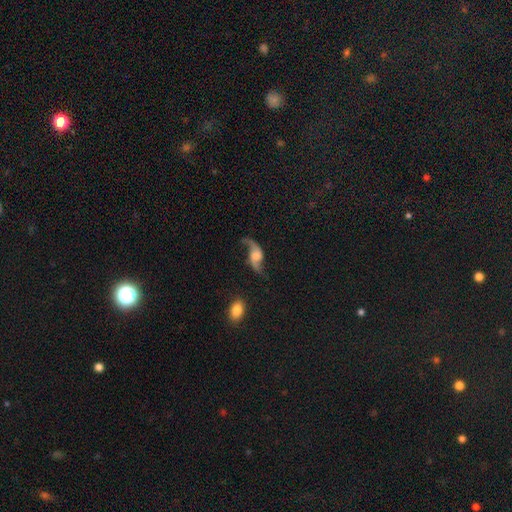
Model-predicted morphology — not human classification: featured or disk 84%, smooth 10%, star or artifact 7%. Down the decision tree: edge-on disk — no (94%); bar — no (55%); spiral arms — yes (95%); spiral arm count — 2 (92%); spiral winding — loose (89%); bulge size — moderate (29%); merging — none (67%).